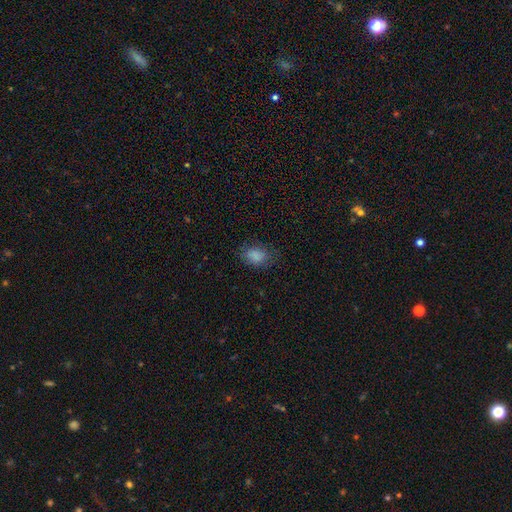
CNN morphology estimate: Q: Smooth or featured?
A: smooth (83%); runner-up: star or artifact (10%)
Q: How rounded?
A: in between (75%); runner-up: round (24%)
Q: Merging?
A: none (69%); runner-up: minor disturbance (21%)